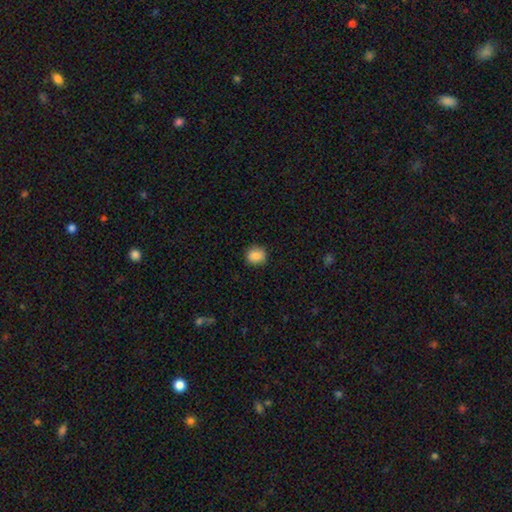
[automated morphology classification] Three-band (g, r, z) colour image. It shows a smooth galaxy with no disk features (87%) that is round (78%). Merging: none (87%).